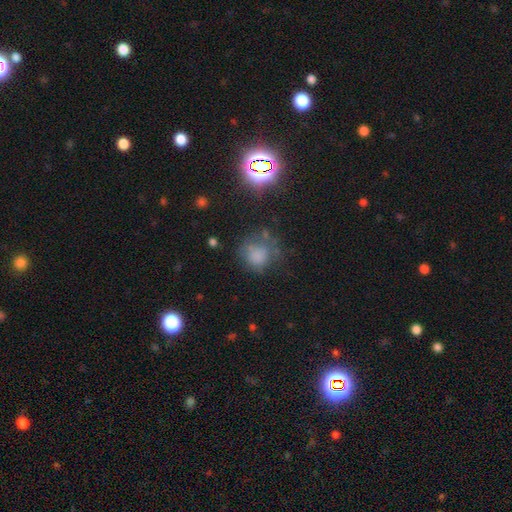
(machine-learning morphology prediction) A smooth galaxy with no disk features (59%) that is round (80%). Merging: none (56%).